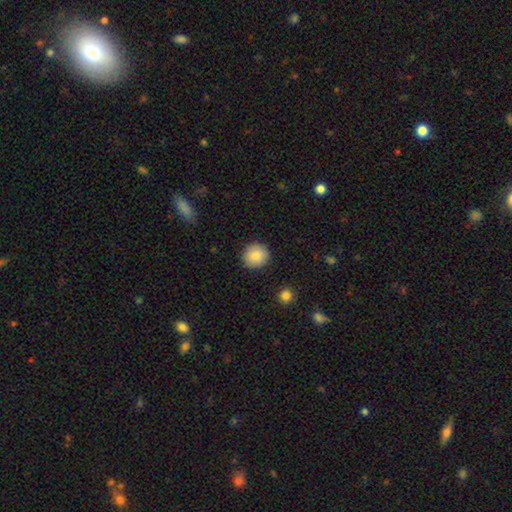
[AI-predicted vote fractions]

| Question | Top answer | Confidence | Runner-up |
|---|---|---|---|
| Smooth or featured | smooth | 87% | star or artifact (7%) |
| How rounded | round | 92% | in between (7%) |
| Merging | none | 90% | minor disturbance (7%) |